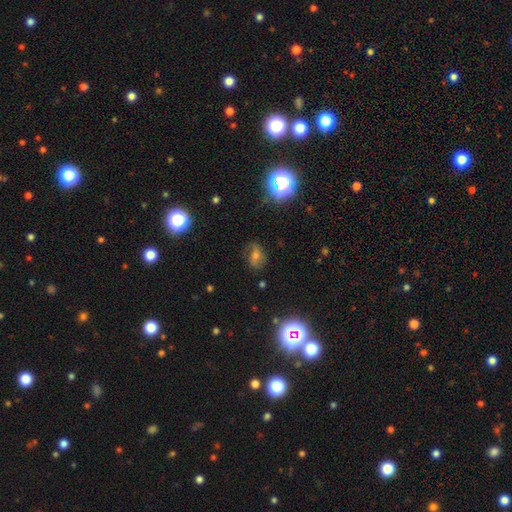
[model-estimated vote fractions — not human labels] This appears to be a featured or disk galaxy (40%). Merging: none (68%).